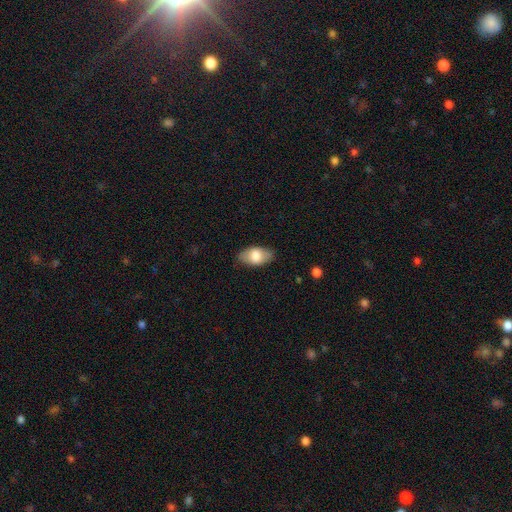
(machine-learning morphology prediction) smooth 74%, featured or disk 20%, star or artifact 6%. Down the decision tree: how rounded — in between (93%); merging — none (83%).